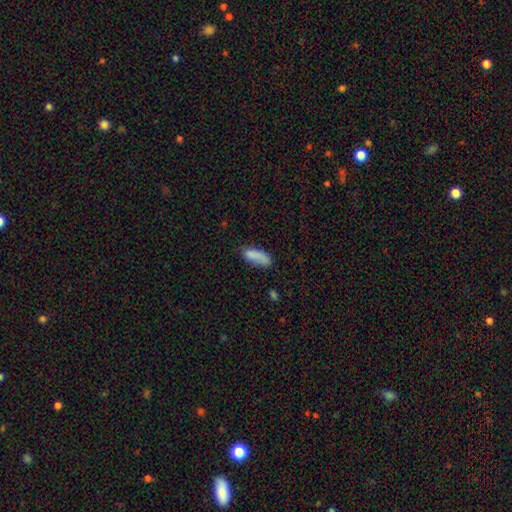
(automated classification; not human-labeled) Morphology: type=smooth (83%); roundness=in between (69%); merging=none (54%).